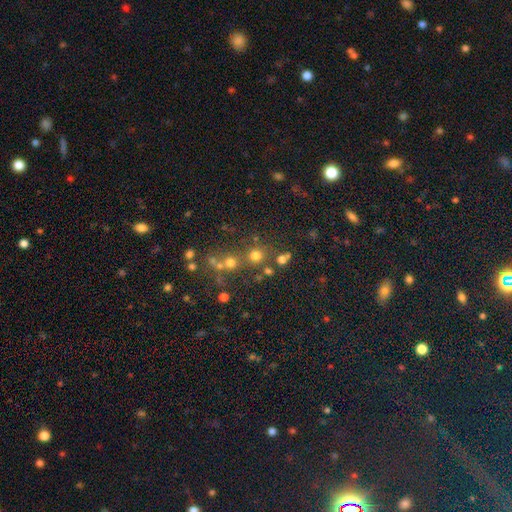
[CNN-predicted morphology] This is likely a smooth galaxy (63%). How rounded: clearly round (90%). Merging: likely none (68%).